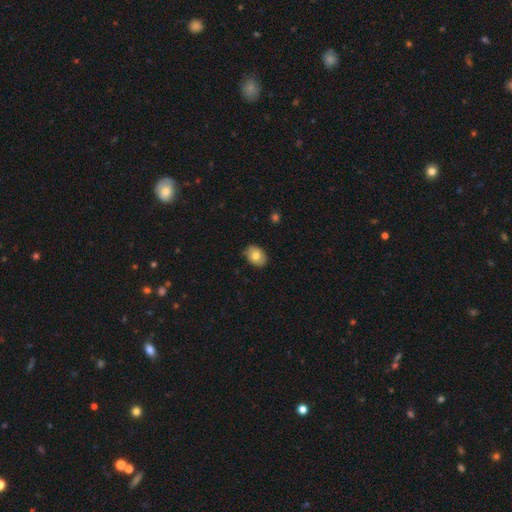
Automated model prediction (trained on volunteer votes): Smooth or featured: smooth — 73% (featured or disk — 19%)
How rounded: in between — 73% (round — 26%)
Merging: none — 82% (minor disturbance — 14%)